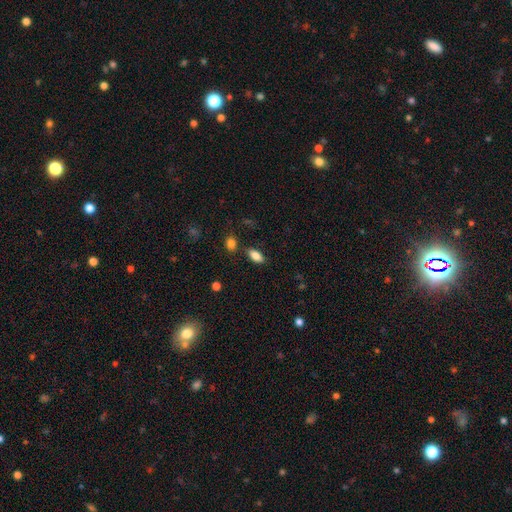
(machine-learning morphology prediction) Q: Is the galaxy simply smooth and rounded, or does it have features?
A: smooth — 84%.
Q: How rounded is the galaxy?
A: in between — 88%.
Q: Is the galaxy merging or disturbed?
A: none — 81%.